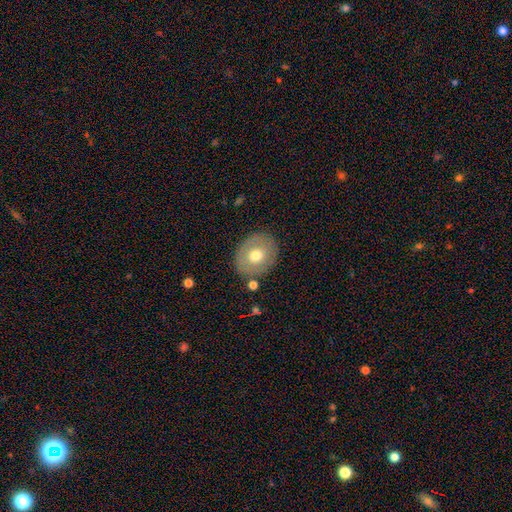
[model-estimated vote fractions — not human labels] Morphology: type=smooth (63%); roundness=round (61%); merging=none (82%).